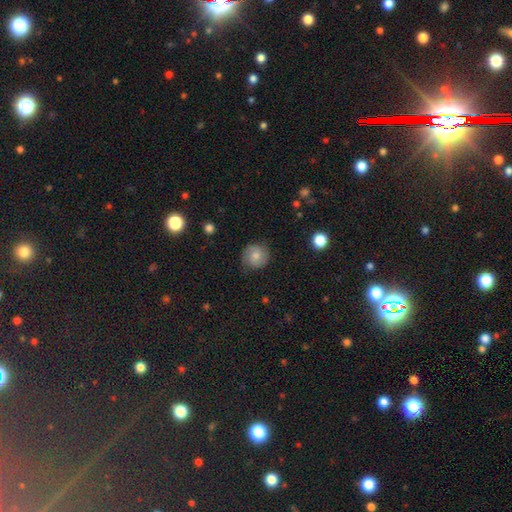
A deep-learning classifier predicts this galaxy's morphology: type=smooth (64%); roundness=round (88%); merging=none (77%).